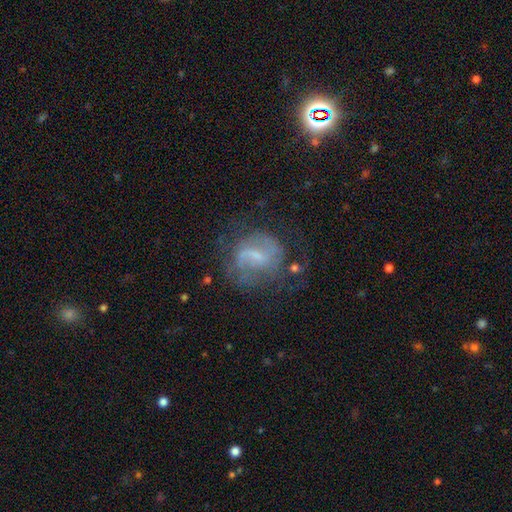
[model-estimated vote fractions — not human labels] smooth-or-featured: featured or disk: 68% | smooth: 22% | star or artifact: 10%
  disk-edge-on: no: 97% | yes: 3%
    bar: weak: 53% | no: 25% | strong: 21%
    has-spiral-arms: yes: 78% | no: 22%
      spiral-winding: medium: 44% | loose: 32% | tight: 24%
      spiral-arm-count: 2: 62% | can't tell: 23% | 1: 7% | 3: 4% | 4: 2% | more than 4: 2%
    bulge-size: small: 50% | moderate: 24% | none: 23% | large: 3% | dominant: 1%
  merging: none: 57% | minor disturbance: 20% | major disturbance: 19% | merger: 4%